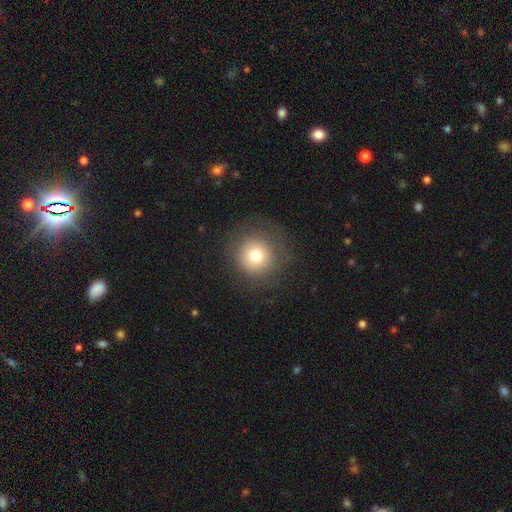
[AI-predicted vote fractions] A smooth galaxy with no disk features (75%) that is round (95%). Merging: none (85%).